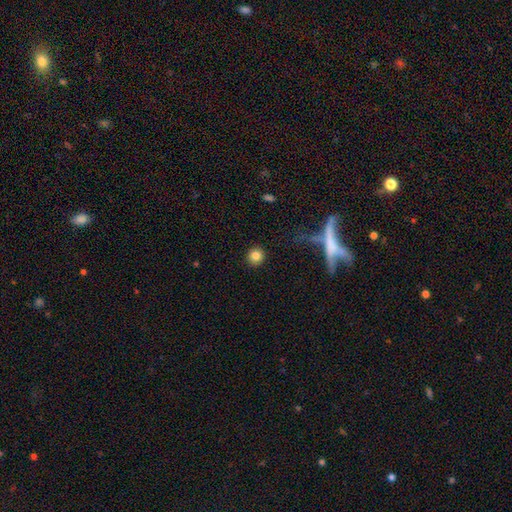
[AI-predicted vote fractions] Morphology: type=smooth (82%); roundness=round (91%); merging=none (91%).